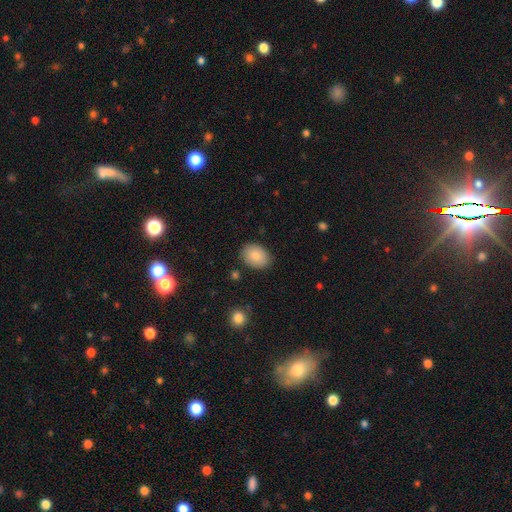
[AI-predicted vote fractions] The model was most divided on "how rounded": in between: 74%, round: 25%, cigar-shaped: 1%. More confident: merging — none (85%); smooth or featured — smooth (85%).